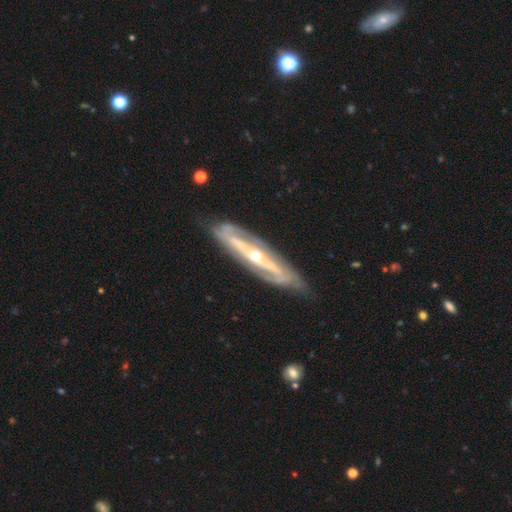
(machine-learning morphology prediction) Smooth or featured?
  - featured or disk: 87% *
  - smooth: 8%
  - star or artifact: 4%
Edge-on disk?
  - no: 71% *
  - yes: 29%
Bar?
  - strong: 42% *
  - no: 35%
  - weak: 23%
Spiral arms?
  - yes: 86% *
  - no: 14%
Spiral winding?
  - tight: 43% *
  - medium: 37%
  - loose: 20%
Spiral arm count?
  - 2: 76% *
  - can't tell: 15%
  - 3: 3%
  - 1: 2%
  - 4: 2%
  - more than 4: 2%
Bulge size?
  - moderate: 50% *
  - small: 46%
  - large: 2%
  - dominant: 1%
  - none: 1%
Merging?
  - none: 79% *
  - minor disturbance: 15%
  - major disturbance: 5%
  - merger: 2%